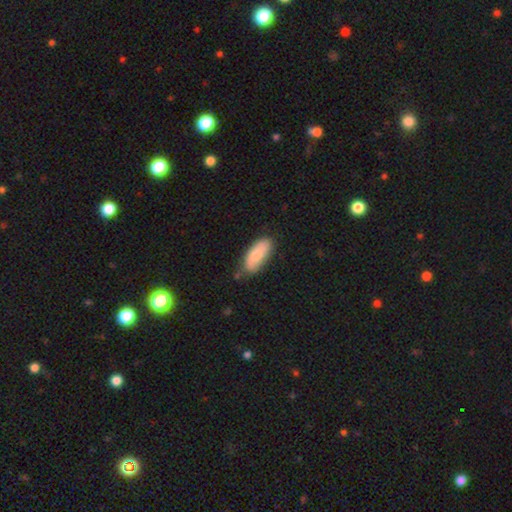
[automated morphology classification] A smooth galaxy with no disk features (74%) that is in between round and cigar-shaped (84%). Merging: none (72%).